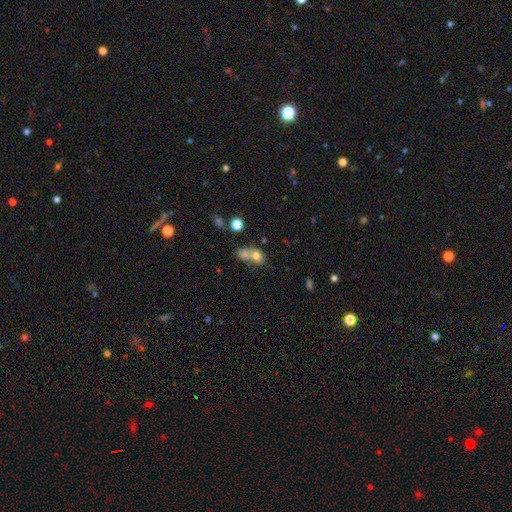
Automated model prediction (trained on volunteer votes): Smooth or featured? Predicted: smooth (p=0.69). How rounded? Predicted: round (p=0.48, tied with in between). Merging? Predicted: merger (p=0.56).